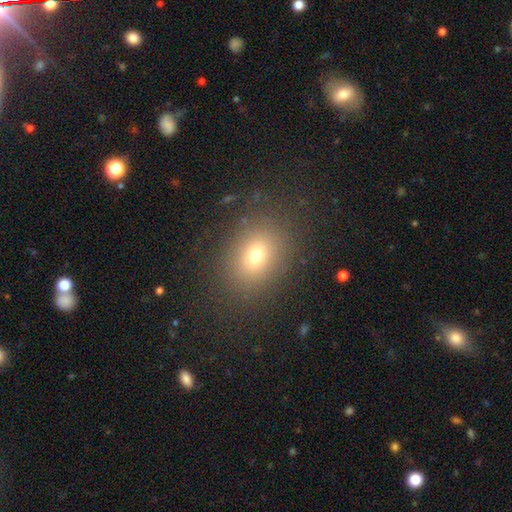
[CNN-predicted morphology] Smooth or featured? Predicted: smooth (p=0.71). How rounded? Predicted: in between (p=0.55). Merging? Predicted: none (p=0.84).